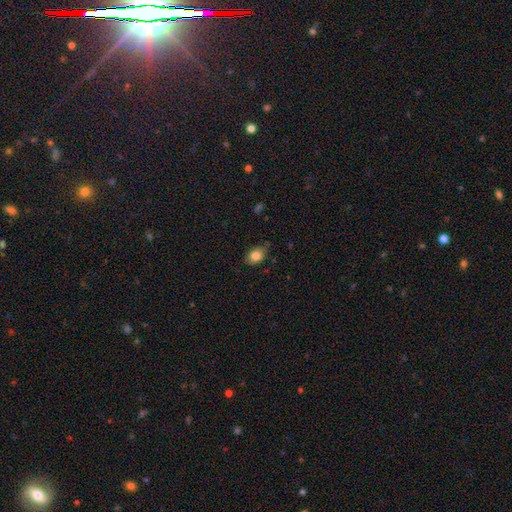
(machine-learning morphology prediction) Smooth or featured? Predicted: smooth (p=0.83). How rounded? Predicted: in between (p=0.78). Merging? Predicted: none (p=0.72).